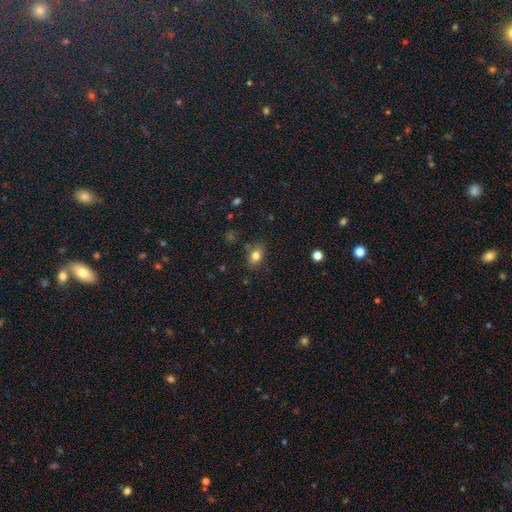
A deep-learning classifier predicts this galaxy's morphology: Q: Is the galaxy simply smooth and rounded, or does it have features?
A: smooth — 78%.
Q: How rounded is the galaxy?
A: in between — 76%.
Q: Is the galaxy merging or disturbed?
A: none — 79%.